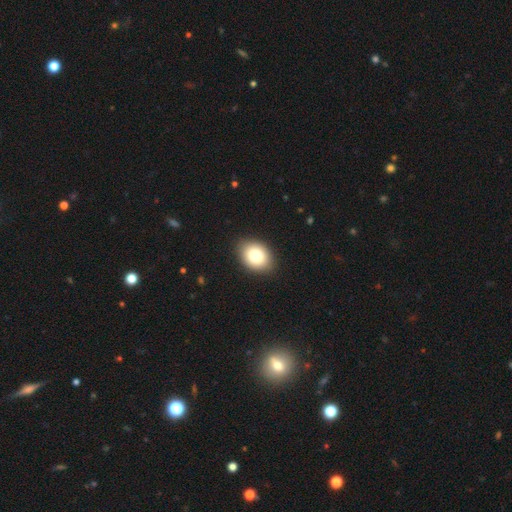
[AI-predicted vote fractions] This appears to be a smooth galaxy with no disk features (83%) that is in between round and cigar-shaped (71%). Merging: none (88%).